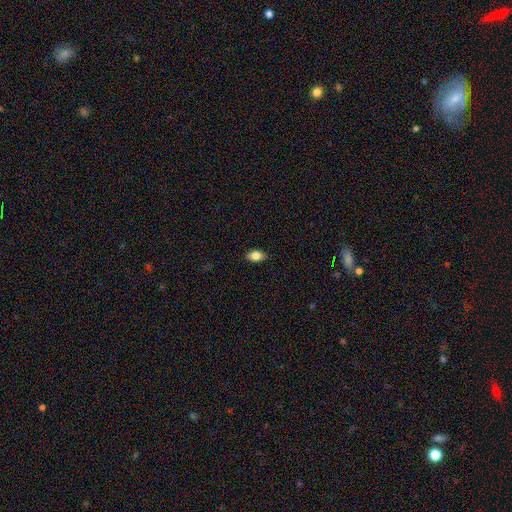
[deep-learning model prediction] Smooth or featured: smooth — 82% (featured or disk — 10%)
How rounded: in between — 86% (round — 12%)
Merging: none — 86% (minor disturbance — 11%)